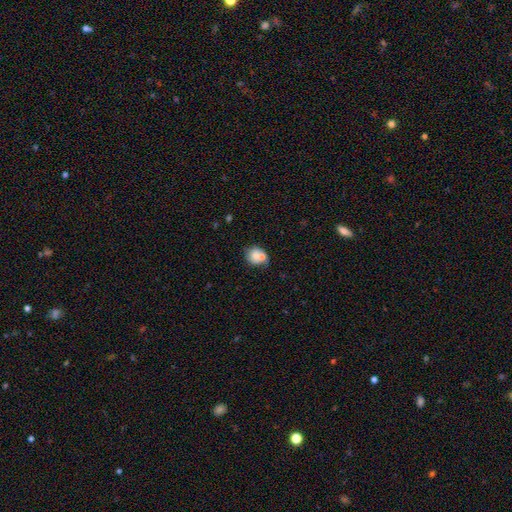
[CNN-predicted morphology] Smooth or featured? Predicted: smooth (p=0.69). How rounded? Predicted: round (p=0.68). Merging? Predicted: none (p=0.44).